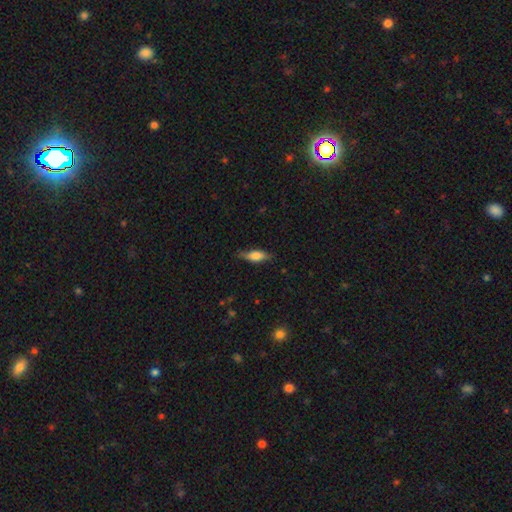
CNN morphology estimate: Overall: smooth (68%). How rounded: in between (62%; cigar-shaped 35%). Merging: none (73%).